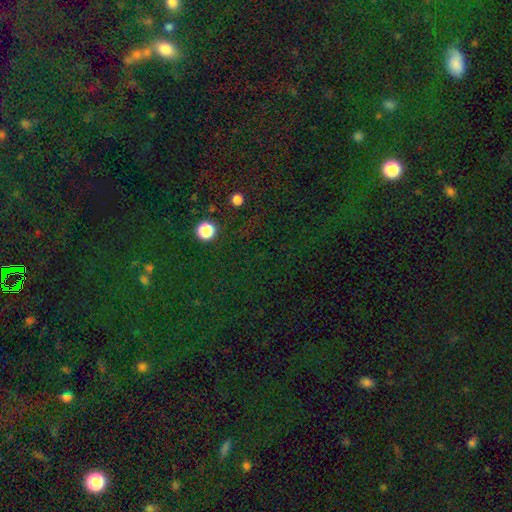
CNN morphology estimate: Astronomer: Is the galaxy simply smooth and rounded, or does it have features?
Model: star or artifact — 78%.